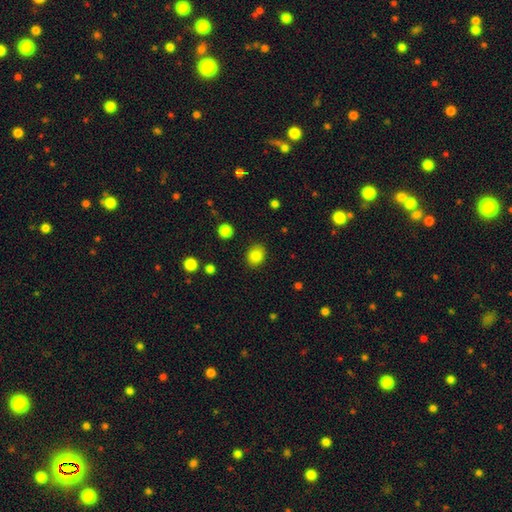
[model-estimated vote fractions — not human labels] A smooth galaxy with no disk features (85%) that is round (59%).

Vote fractions:
- Smooth or featured? smooth: 85% / star or artifact: 10% / featured or disk: 4%
- How rounded? round: 59% / in between: 40% / cigar-shaped: 1%
- Merging? none: 86% / minor disturbance: 10% / major disturbance: 3% / merger: 1%